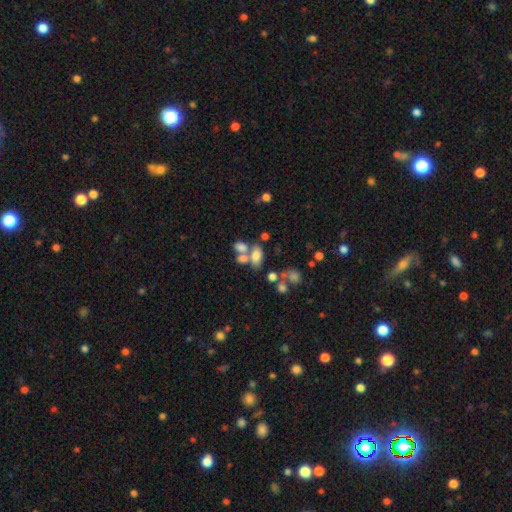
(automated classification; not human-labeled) Q: Smooth or featured?
A: smooth (70%); runner-up: featured or disk (18%)
Q: How rounded?
A: in between (87%); runner-up: round (10%)
Q: Merging?
A: merger (46%); runner-up: none (35%)